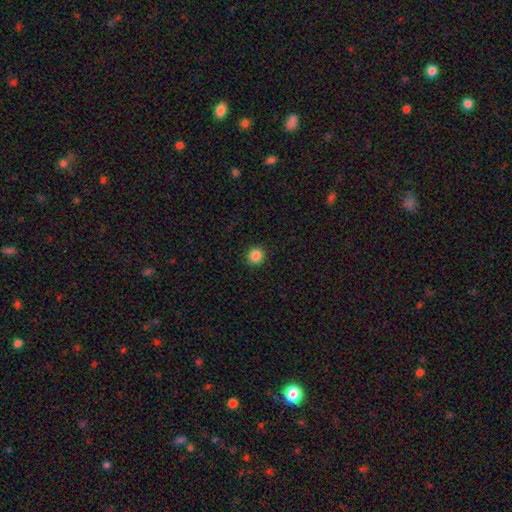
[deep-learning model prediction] smooth-or-featured: smooth: 86% | star or artifact: 11% | featured or disk: 3%
  how-rounded: round: 91% | in between: 8% | cigar-shaped: 1%
  merging: none: 92% | minor disturbance: 5% | major disturbance: 2% | merger: 1%